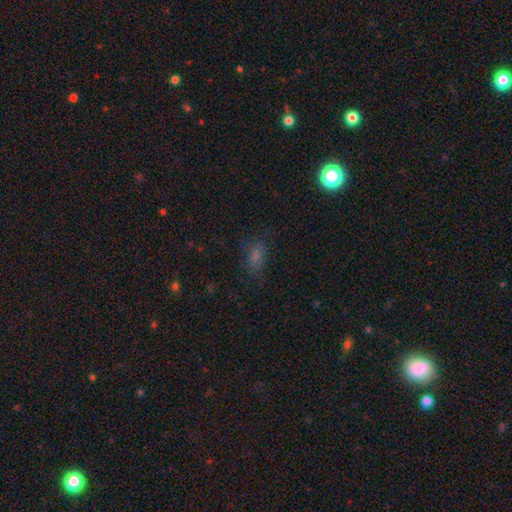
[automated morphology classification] This appears to be a smooth galaxy with no disk features (59%) that is in between round and cigar-shaped (77%). Merging: none (75%).